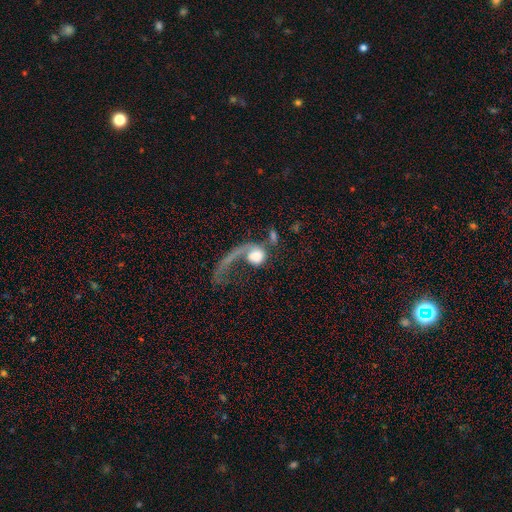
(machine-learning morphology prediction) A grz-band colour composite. It shows a featured or disk galaxy (51%). Merging: major disturbance (57%).